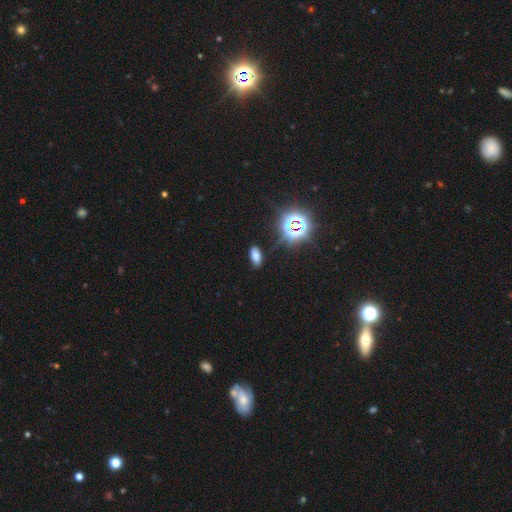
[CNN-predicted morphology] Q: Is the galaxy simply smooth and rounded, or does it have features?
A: smooth — 64%.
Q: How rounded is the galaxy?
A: in between — 89%.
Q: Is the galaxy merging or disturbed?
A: none — 84%.